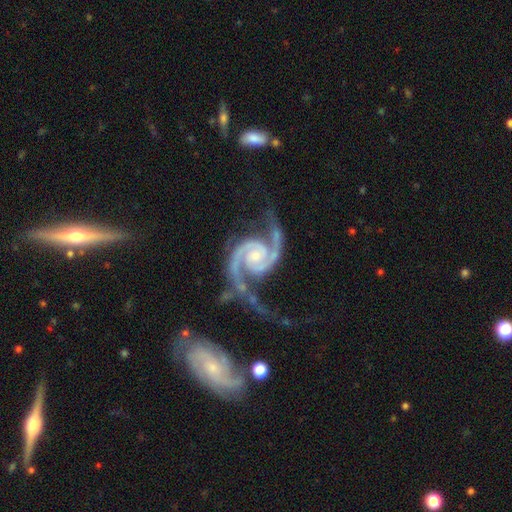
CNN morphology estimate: featured or disk 95%, star or artifact 3%, smooth 2%. Down the decision tree: edge-on disk — no (98%); bar — no (62%); spiral arms — yes (99%); spiral arm count — 2 (93%); spiral winding — medium (55%); bulge size — small (56%); merging — none (54%).